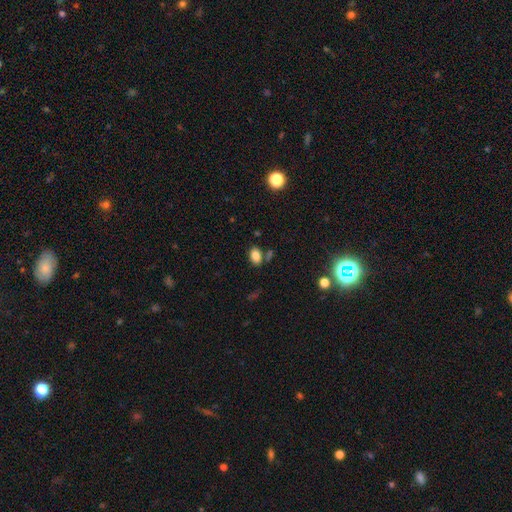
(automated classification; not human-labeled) Morphology: type=smooth (83%); roundness=in between (85%); merging=none (74%).